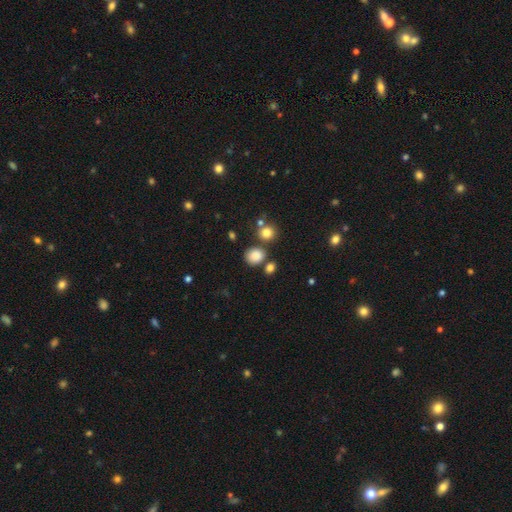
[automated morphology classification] Overall: smooth (83%). How rounded: round (69%; in between 29%). Merging: none (71%).